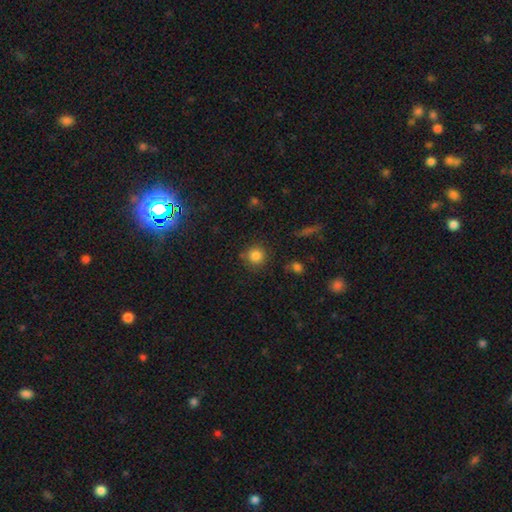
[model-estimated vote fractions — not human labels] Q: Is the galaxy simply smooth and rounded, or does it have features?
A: smooth — 83%.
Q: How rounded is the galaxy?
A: round — 93%.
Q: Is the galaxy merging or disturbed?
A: none — 84%.